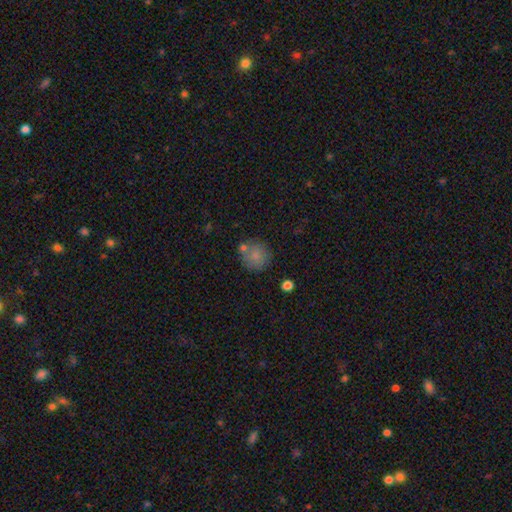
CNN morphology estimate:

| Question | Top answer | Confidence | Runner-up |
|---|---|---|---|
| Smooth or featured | smooth | 80% | featured or disk (10%) |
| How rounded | round | 89% | in between (10%) |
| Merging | none | 70% | minor disturbance (14%) |